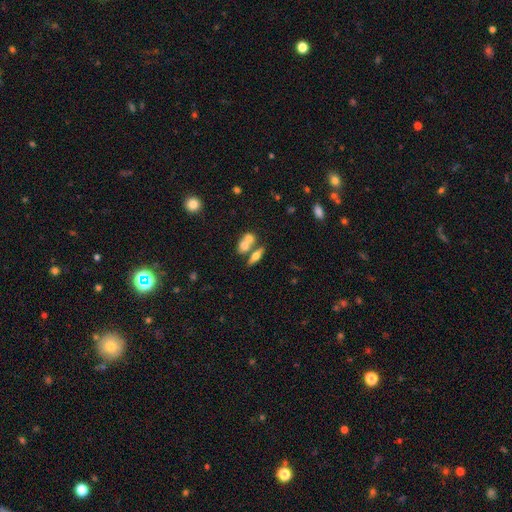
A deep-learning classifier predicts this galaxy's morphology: smooth_or_featured: featured or disk (p=0.47) [alt: smooth p=0.43]
merging: none (p=0.48) [alt: merger p=0.39]